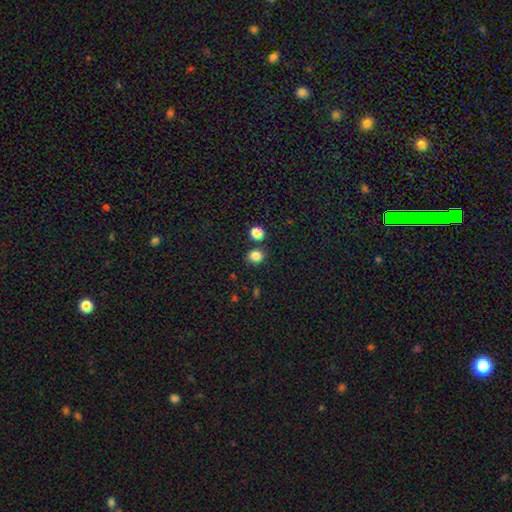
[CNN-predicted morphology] This appears to be a smooth galaxy with no disk features (85%) that is round (75%). Merging: none (79%).